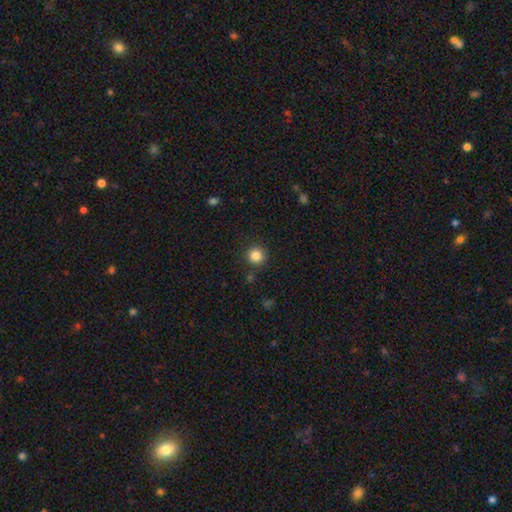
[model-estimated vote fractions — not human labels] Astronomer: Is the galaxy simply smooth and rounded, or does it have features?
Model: smooth — 85%.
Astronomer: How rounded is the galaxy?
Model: round — 95%.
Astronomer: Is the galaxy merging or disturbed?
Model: none — 89%.